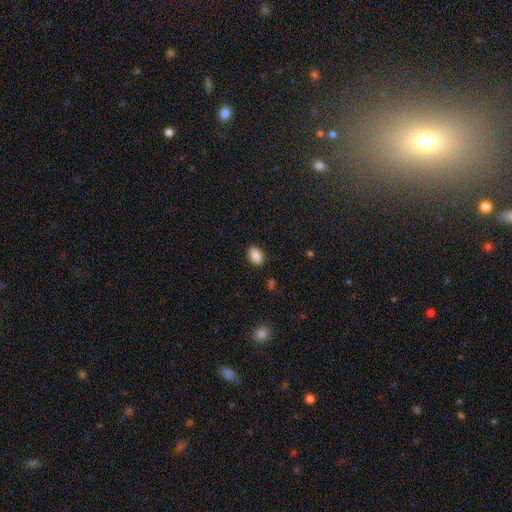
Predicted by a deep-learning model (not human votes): smooth_or_featured: smooth (p=0.88) [alt: star or artifact p=0.08]
how_rounded: in between (p=0.90) [alt: round p=0.08]
merging: none (p=0.87) [alt: minor disturbance p=0.10]